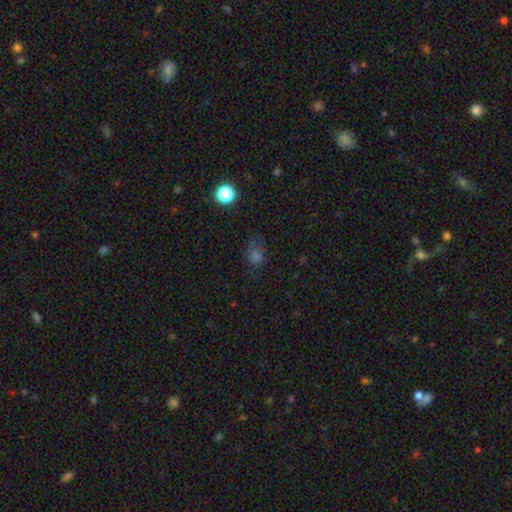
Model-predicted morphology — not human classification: Smooth or featured? smooth (59%)
How rounded? in between (50%)
Merging? none (54%)